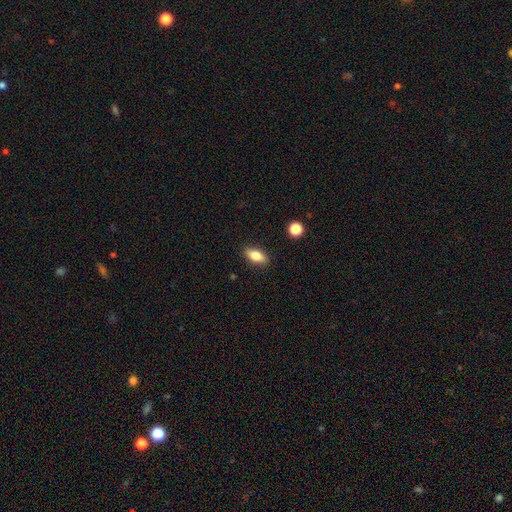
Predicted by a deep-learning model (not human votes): The model was most divided on "smooth or featured": smooth: 77%, featured or disk: 15%, star or artifact: 8%. More confident: merging — none (88%); how rounded — in between (81%).